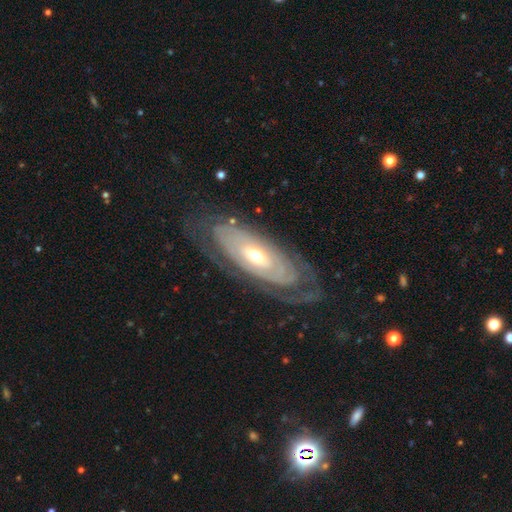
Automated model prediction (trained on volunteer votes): Morphology: type=featured or disk (81%); edge-on=no (87%); bar=no (73%); spiral arms=yes (77%); winding=tight (77%); arm count=can't tell (54%); bulge=moderate (60%); merging=none (73%).